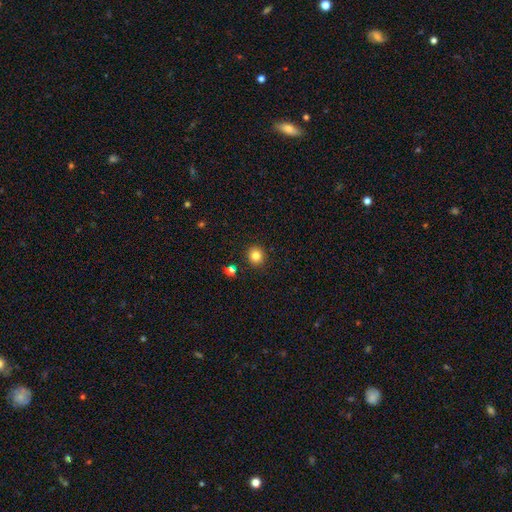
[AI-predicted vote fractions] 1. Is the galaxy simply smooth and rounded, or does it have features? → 82% smooth, 12% star or artifact, 6% featured or disk.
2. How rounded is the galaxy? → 87% round, 12% in between, 1% cigar-shaped.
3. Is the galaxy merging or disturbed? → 90% none, 6% minor disturbance, 2% merger, 2% major disturbance.